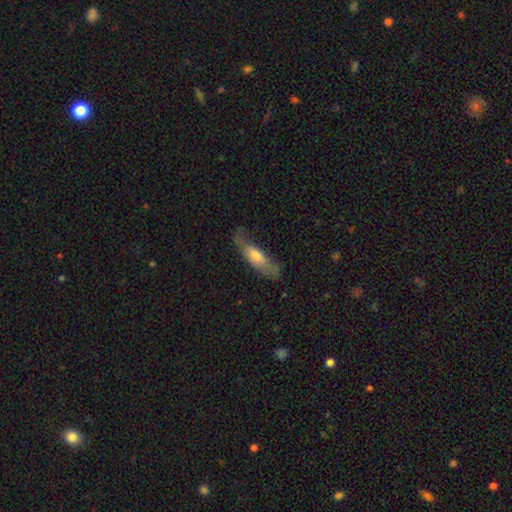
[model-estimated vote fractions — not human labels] A smooth galaxy with no disk features (54%) that is cigar-shaped (53%).

Vote fractions:
- Smooth or featured? smooth: 54% / featured or disk: 40% / star or artifact: 6%
- How rounded? cigar-shaped: 53% / in between: 45% / round: 2%
- Merging? none: 59% / minor disturbance: 27% / major disturbance: 11% / merger: 2%